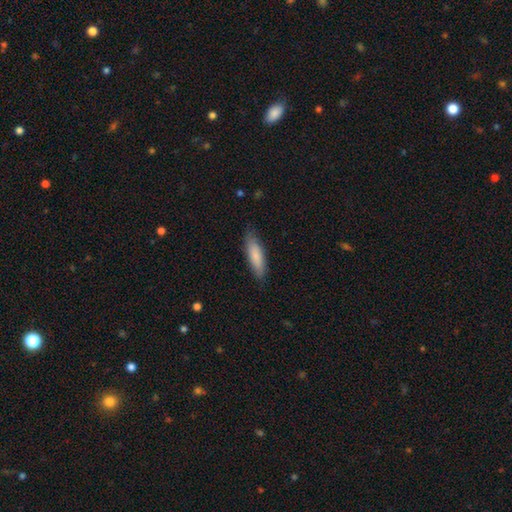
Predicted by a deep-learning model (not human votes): A smooth galaxy with no disk features (82%) that is cigar-shaped (61%).

Vote fractions:
- Smooth or featured? smooth: 82% / featured or disk: 13% / star or artifact: 5%
- How rounded? cigar-shaped: 61% / in between: 38% / round: 1%
- Merging? none: 82% / minor disturbance: 14% / major disturbance: 3% / merger: 1%